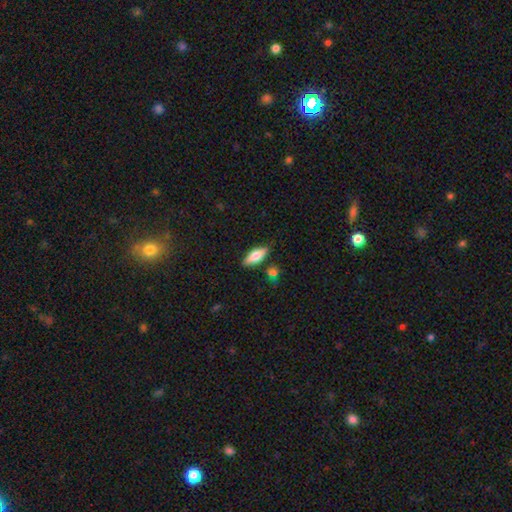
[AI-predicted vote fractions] A smooth galaxy with no disk features (65%) that is in between round and cigar-shaped (67%). Merging: none (82%).